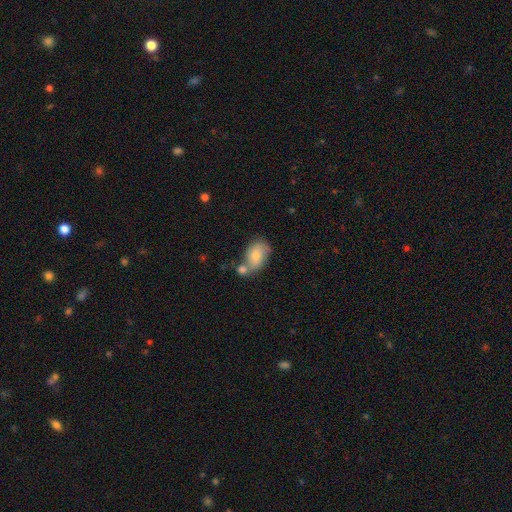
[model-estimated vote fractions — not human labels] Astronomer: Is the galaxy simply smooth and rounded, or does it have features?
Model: smooth — 76%.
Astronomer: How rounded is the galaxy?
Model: in between — 86%.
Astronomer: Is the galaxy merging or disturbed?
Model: merger — 37% (runner-up: none, 36%).